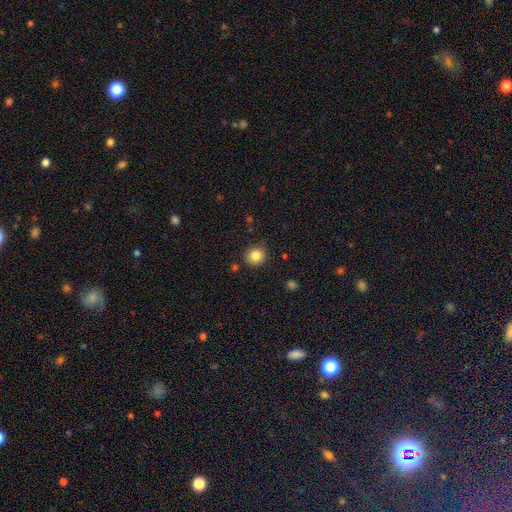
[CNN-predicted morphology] smooth 85%, star or artifact 10%, featured or disk 5%. Down the decision tree: how rounded — round (89%); merging — none (88%).